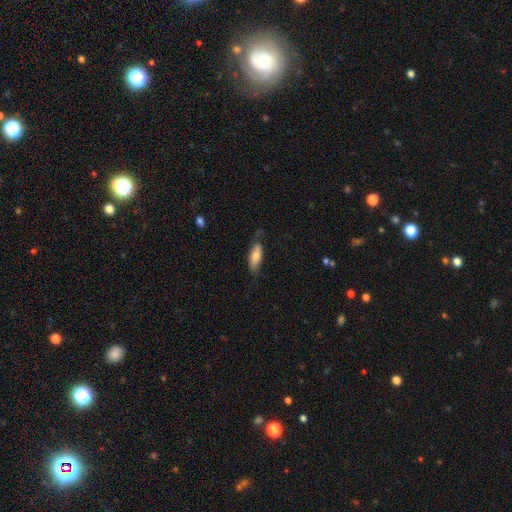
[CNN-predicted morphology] Overall: smooth (70%). How rounded: in between (65%; cigar-shaped 33%). Merging: none (64%; minor disturbance 25%).